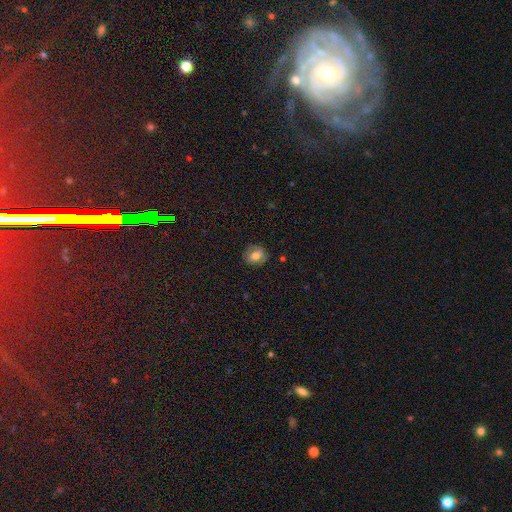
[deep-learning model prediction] smooth 59%, featured or disk 30%, star or artifact 11%. Down the decision tree: how rounded — round (56%); merging — none (77%).